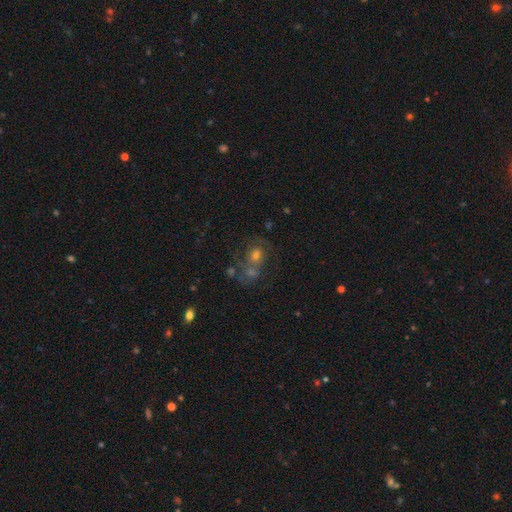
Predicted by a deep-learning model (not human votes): This appears to be a featured or disk galaxy (40%). Merging: merger (40%).